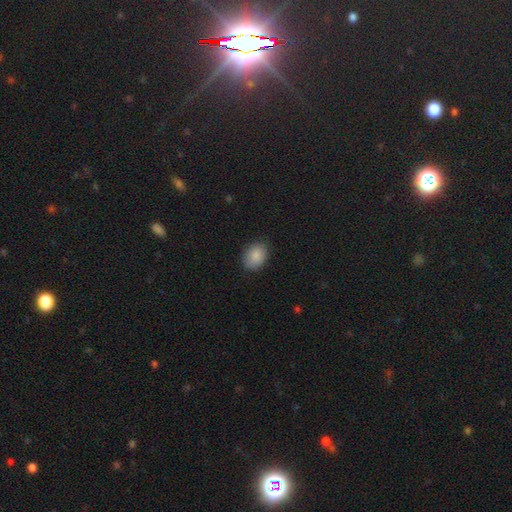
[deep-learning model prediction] Overall: smooth (87%). How rounded: in between (69%; round 30%). Merging: none (85%).